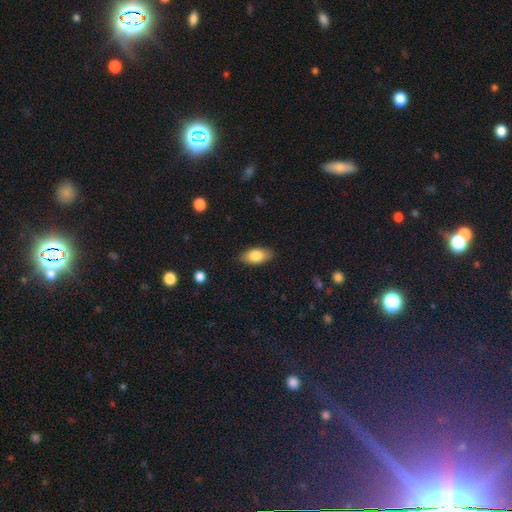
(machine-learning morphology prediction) Q: Smooth or featured?
A: smooth (81%); runner-up: featured or disk (12%)
Q: How rounded?
A: in between (90%); runner-up: cigar-shaped (7%)
Q: Merging?
A: none (86%); runner-up: minor disturbance (10%)